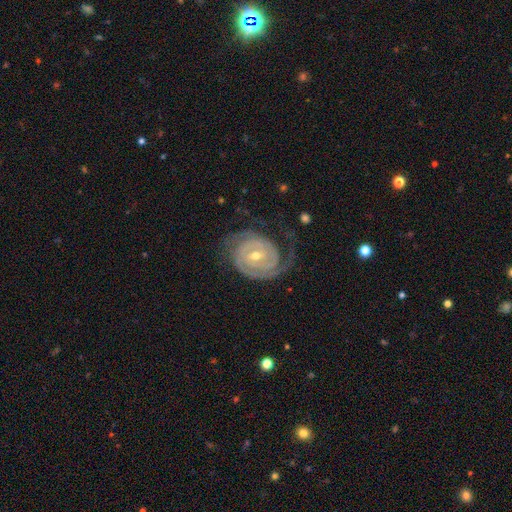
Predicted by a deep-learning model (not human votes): Overall: featured or disk (91%). Edge-on disk: no (97%). Bar: weak (41%; no 40%). Spiral arms: yes (98%). Spiral arm count: 2 (66%). Spiral winding: tight (77%). Bulge size: small (51%; moderate 46%). Merging: none (70%).